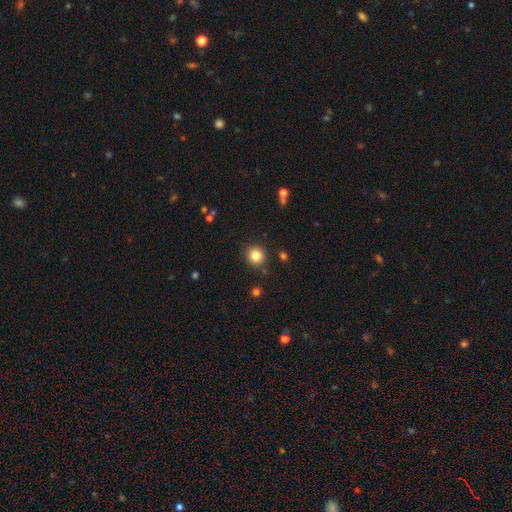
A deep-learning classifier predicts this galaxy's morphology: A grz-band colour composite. It shows a smooth galaxy with no disk features (83%) that is round (90%). Merging: none (88%).